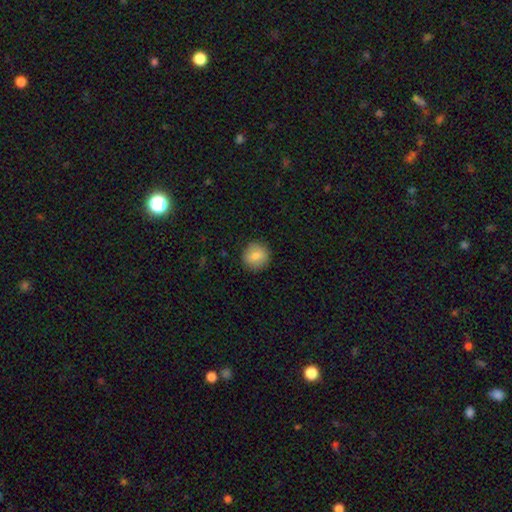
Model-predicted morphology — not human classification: Smooth or featured? Predicted: smooth (p=0.82). How rounded? Predicted: round (p=0.92). Merging? Predicted: none (p=0.89).